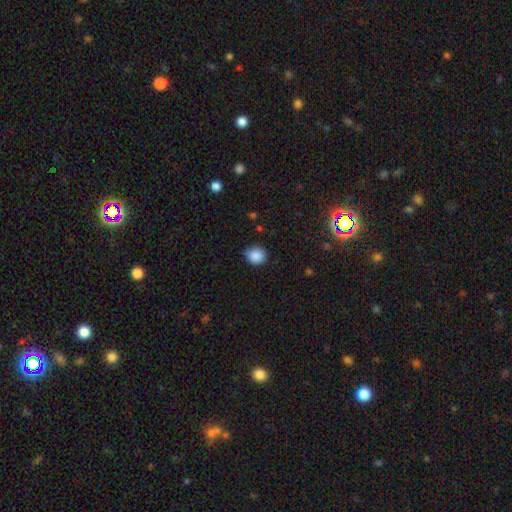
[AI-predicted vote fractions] This appears to be a smooth galaxy with no disk features (87%) that is round (77%). Merging: none (77%).